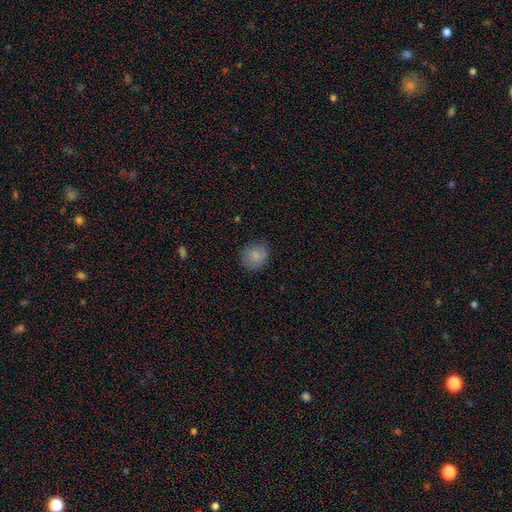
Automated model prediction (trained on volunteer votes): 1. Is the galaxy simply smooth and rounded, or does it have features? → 82% smooth, 9% featured or disk, 9% star or artifact.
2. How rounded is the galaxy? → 78% round, 21% in between, 1% cigar-shaped.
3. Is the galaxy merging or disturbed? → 81% none, 15% minor disturbance, 3% major disturbance, 1% merger.